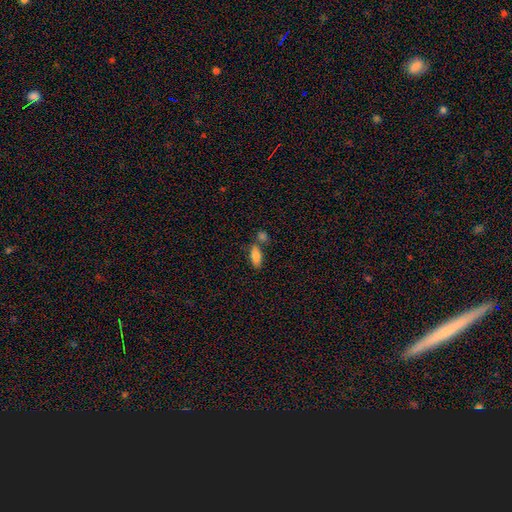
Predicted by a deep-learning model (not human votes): Smooth or featured? smooth (83%)
How rounded? in between (82%)
Merging? none (58%)